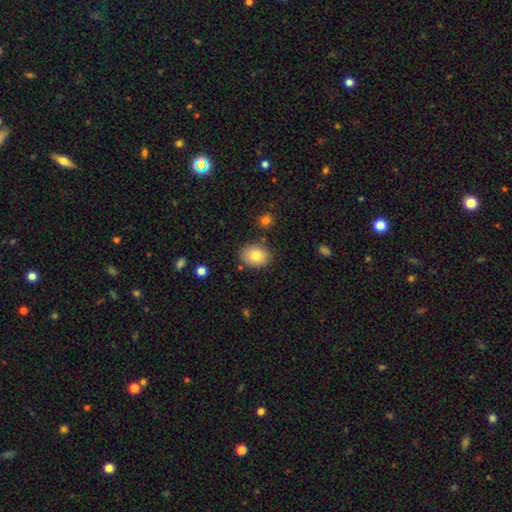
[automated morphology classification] This appears to be a smooth galaxy with no disk features (82%) that is in between round and cigar-shaped (62%). Merging: none (83%).